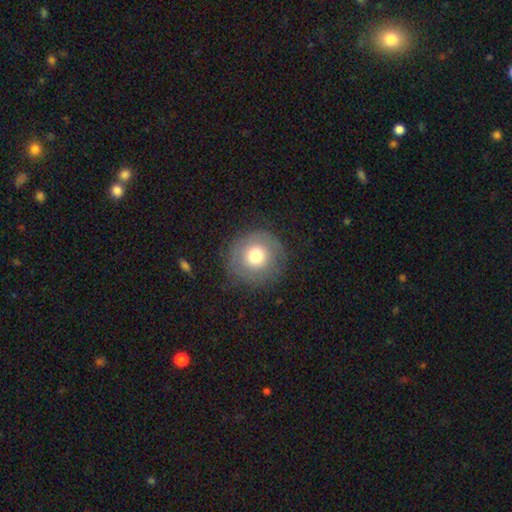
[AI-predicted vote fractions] Smooth or featured?
  - smooth: 67% *
  - featured or disk: 23%
  - star or artifact: 10%
How rounded?
  - round: 95% *
  - in between: 4%
  - cigar-shaped: 1%
Merging?
  - none: 83% *
  - minor disturbance: 11%
  - major disturbance: 5%
  - merger: 1%